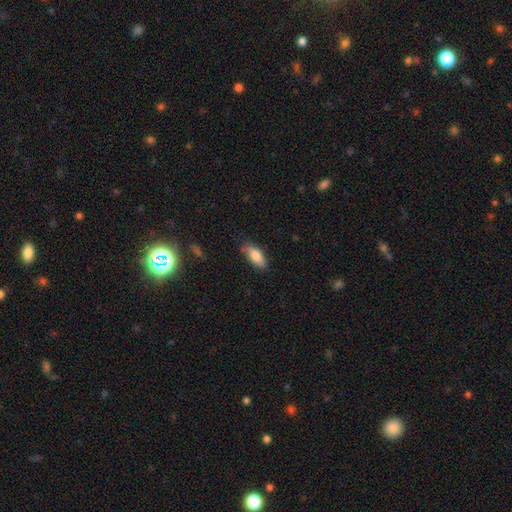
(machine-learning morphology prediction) smooth-or-featured: smooth: 83% | featured or disk: 11% | star or artifact: 7%
  how-rounded: in between: 79% | cigar-shaped: 18% | round: 2%
  merging: none: 75% | minor disturbance: 20% | major disturbance: 3% | merger: 2%